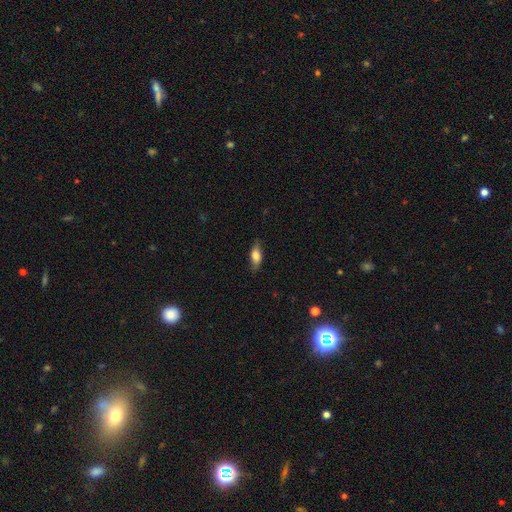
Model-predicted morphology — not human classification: smooth_or_featured: smooth (p=0.68) [alt: featured or disk p=0.25]
how_rounded: in between (p=0.71) [alt: cigar-shaped p=0.24]
merging: none (p=0.79) [alt: minor disturbance p=0.16]